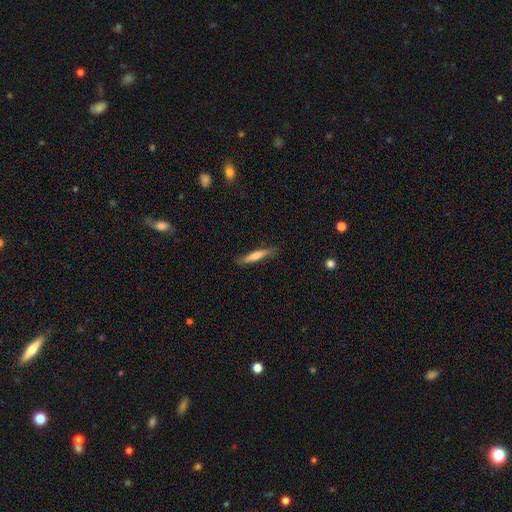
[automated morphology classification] A smooth galaxy with no disk features (63%) that is cigar-shaped (91%). Merging: none (82%).